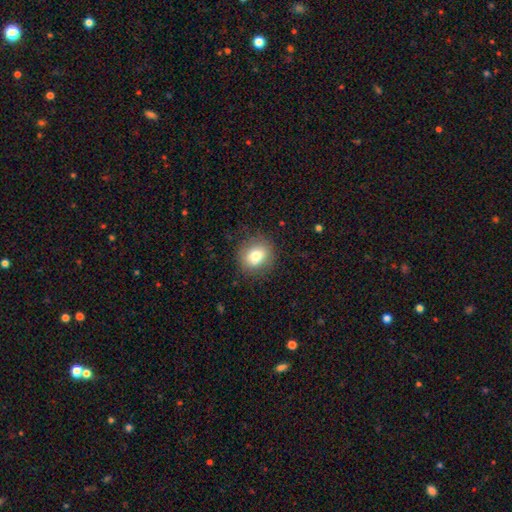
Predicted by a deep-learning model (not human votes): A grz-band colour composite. It shows a smooth galaxy with no disk features (75%) that is round (75%). Merging: none (79%).